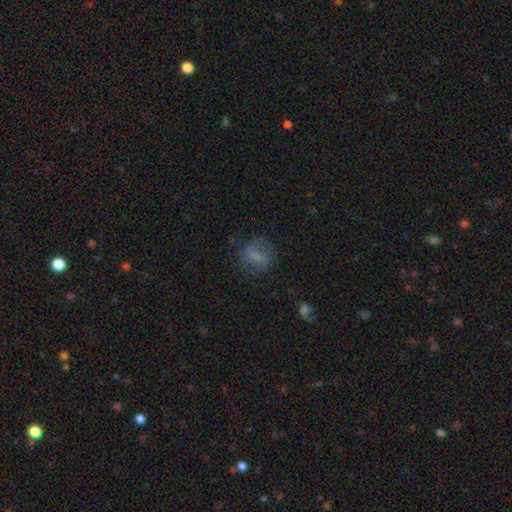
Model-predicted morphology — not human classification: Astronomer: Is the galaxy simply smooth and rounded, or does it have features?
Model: smooth — 56%.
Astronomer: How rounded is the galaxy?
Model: round — 60% (runner-up: in between, 37%).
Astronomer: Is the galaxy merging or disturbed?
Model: none — 62%.